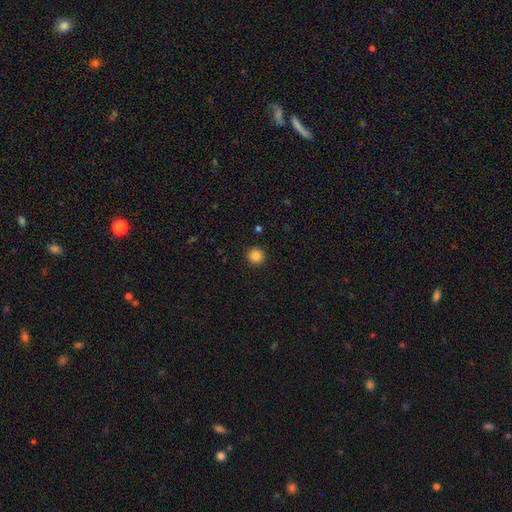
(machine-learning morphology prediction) smooth_or_featured: smooth (p=0.85) [alt: star or artifact p=0.11]
how_rounded: round (p=0.95) [alt: in between p=0.04]
merging: none (p=0.93) [alt: minor disturbance p=0.05]